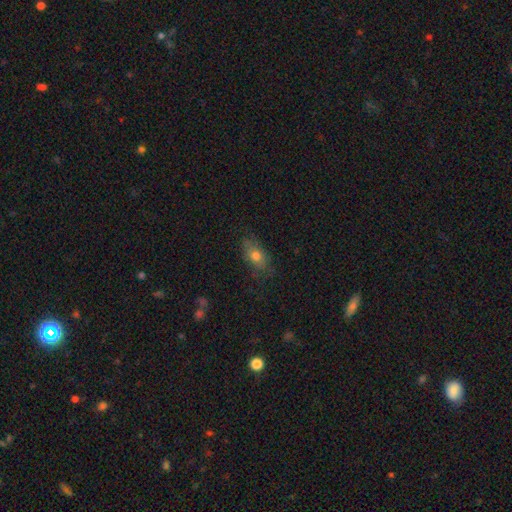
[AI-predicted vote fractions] Overall: smooth (67%). How rounded: in between (80%). Merging: none (72%).